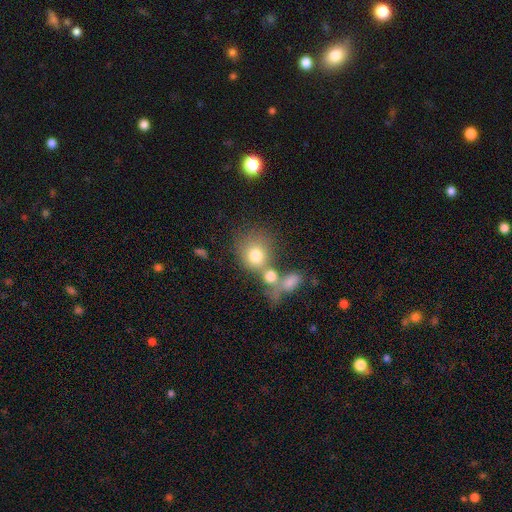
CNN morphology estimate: smooth_or_featured: smooth (p=0.72) [alt: featured or disk p=0.16]
how_rounded: round (p=0.76) [alt: in between p=0.23]
merging: merger (p=0.47) [alt: none p=0.35]